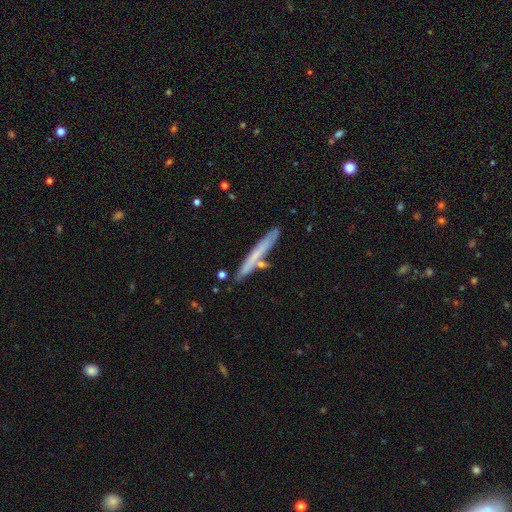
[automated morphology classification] A smooth galaxy with no disk features (57%) that is cigar-shaped (96%). Merging: none (79%).